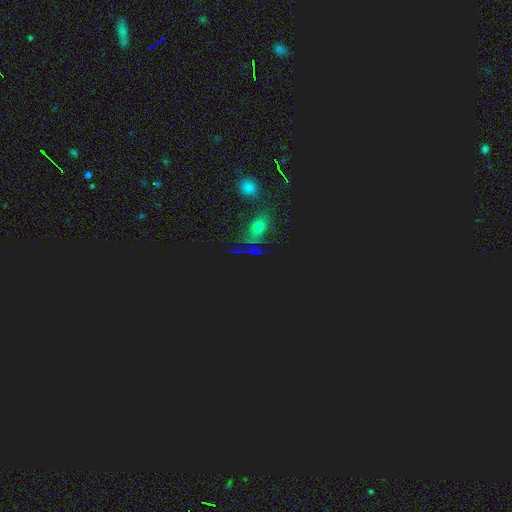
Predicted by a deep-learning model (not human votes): Overall: star or artifact (64%; smooth 24%).